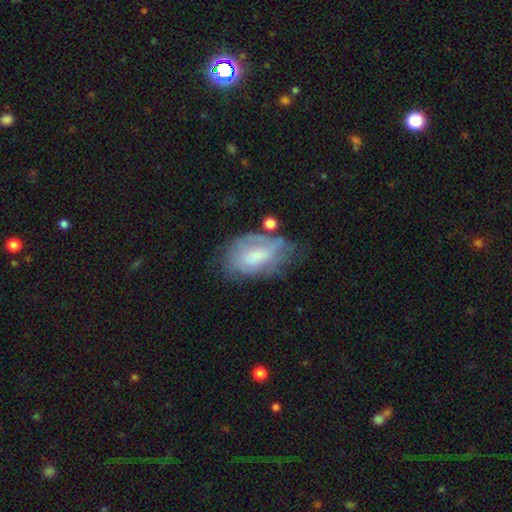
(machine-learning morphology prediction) smooth_or_featured: featured or disk (p=0.48) [alt: smooth p=0.44]
merging: none (p=0.49) [alt: minor disturbance p=0.30]